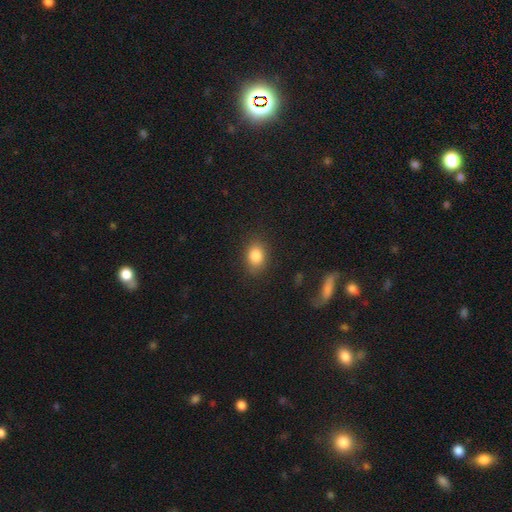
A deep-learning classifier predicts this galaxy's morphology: This is clearly a smooth galaxy (83%). How rounded: likely in between (71%). Merging: clearly none (85%).